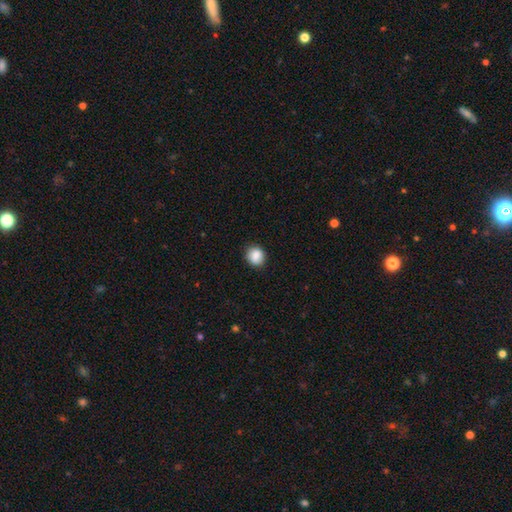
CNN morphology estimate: smooth 87%, star or artifact 8%, featured or disk 5%. Down the decision tree: how rounded — round (77%); merging — none (87%).